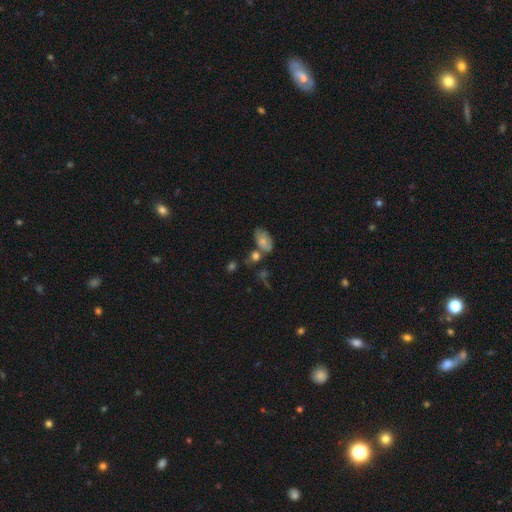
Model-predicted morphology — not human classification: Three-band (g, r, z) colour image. It shows a star or artifact, not a galaxy (43%).